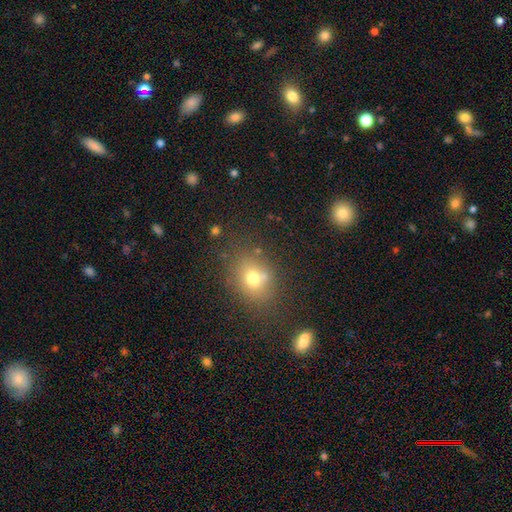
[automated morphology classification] A smooth galaxy with no disk features (64%) that is round (57%). Merging: none (87%).